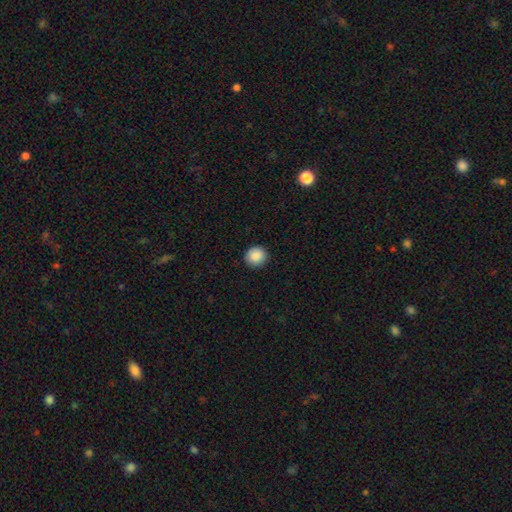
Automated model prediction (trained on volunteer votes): Q: Smooth or featured?
A: smooth (88%); runner-up: star or artifact (8%)
Q: How rounded?
A: round (90%); runner-up: in between (9%)
Q: Merging?
A: none (91%); runner-up: minor disturbance (6%)